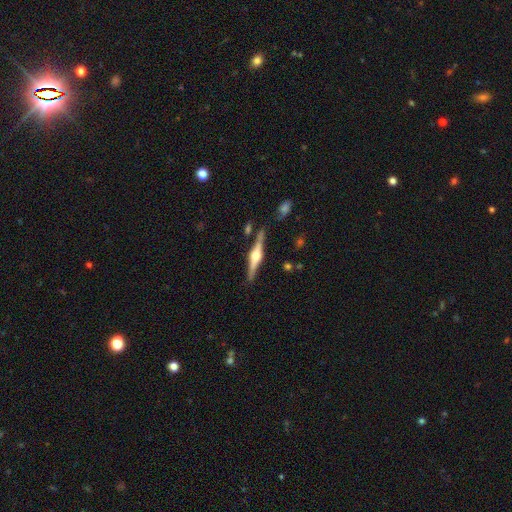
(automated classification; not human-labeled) Overall: featured or disk (80%). Edge-on disk: yes (98%). Edge-on bulge: rounded (91%). Merging: none (85%).